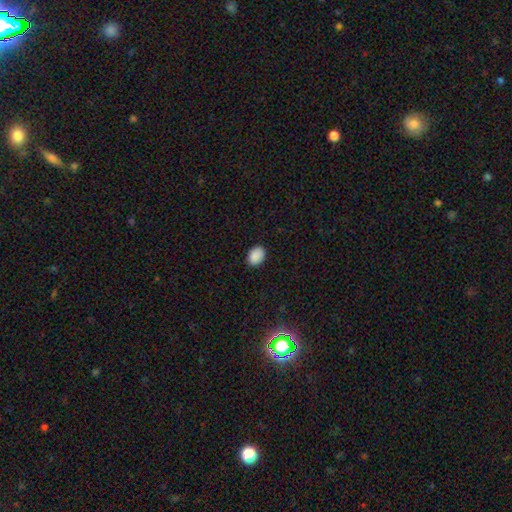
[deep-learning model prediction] Smooth or featured: smooth — 89% (star or artifact — 8%)
How rounded: in between — 72% (round — 27%)
Merging: none — 88% (minor disturbance — 9%)